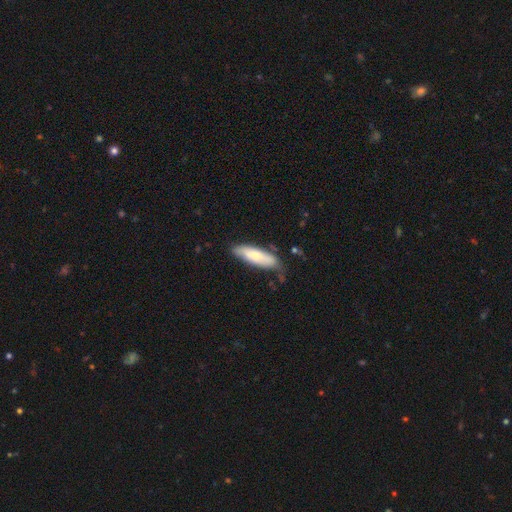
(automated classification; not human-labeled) A smooth galaxy with no disk features (70%) that is cigar-shaped (54%).

Vote fractions:
- Smooth or featured? smooth: 70% / featured or disk: 24% / star or artifact: 6%
- How rounded? cigar-shaped: 54% / in between: 44% / round: 2%
- Merging? none: 69% / minor disturbance: 23% / major disturbance: 5% / merger: 3%